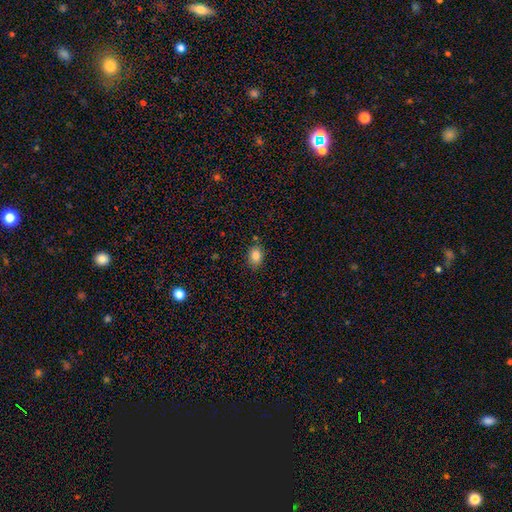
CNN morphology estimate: Overall: smooth (84%). How rounded: in between (72%). Merging: none (82%).